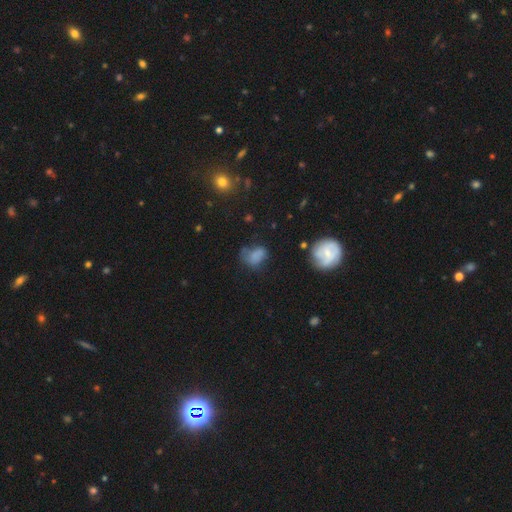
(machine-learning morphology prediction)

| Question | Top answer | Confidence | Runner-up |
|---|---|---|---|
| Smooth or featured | smooth | 66% | featured or disk (18%) |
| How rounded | in between | 70% | round (28%) |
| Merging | none | 37% | minor disturbance (30%) |